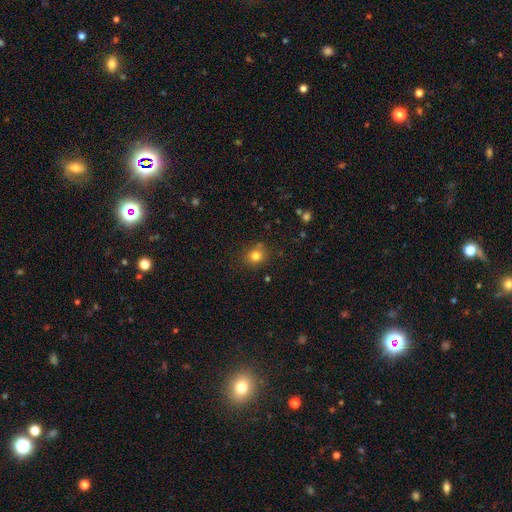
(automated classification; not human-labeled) This appears to be a smooth galaxy with no disk features (80%) that is round (81%). Merging: none (78%).